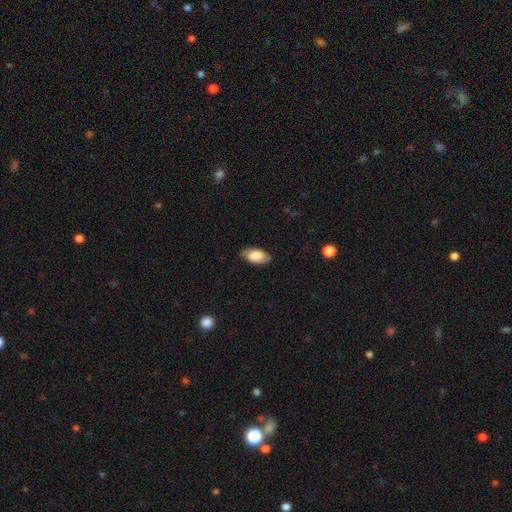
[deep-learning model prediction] Q: Smooth or featured?
A: smooth (81%); runner-up: featured or disk (13%)
Q: How rounded?
A: in between (94%); runner-up: cigar-shaped (3%)
Q: Merging?
A: none (82%); runner-up: minor disturbance (14%)